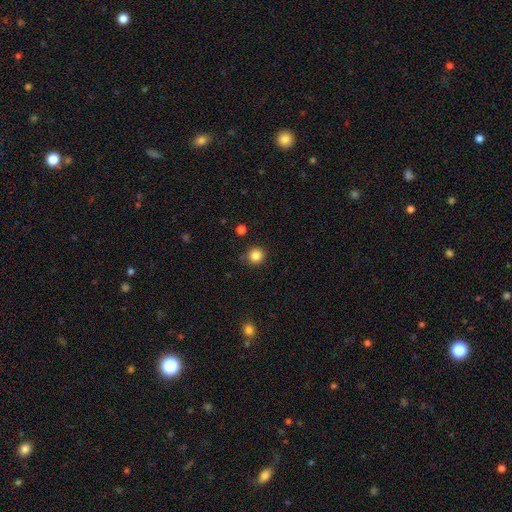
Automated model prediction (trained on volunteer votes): smooth_or_featured: smooth (p=0.84) [alt: star or artifact p=0.12]
how_rounded: round (p=0.93) [alt: in between p=0.06]
merging: none (p=0.85) [alt: minor disturbance p=0.10]